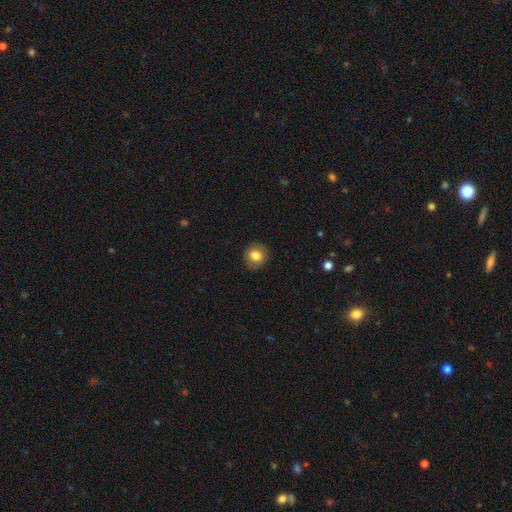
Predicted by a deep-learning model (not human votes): Smooth or featured? smooth (82%)
How rounded? round (88%)
Merging? none (89%)